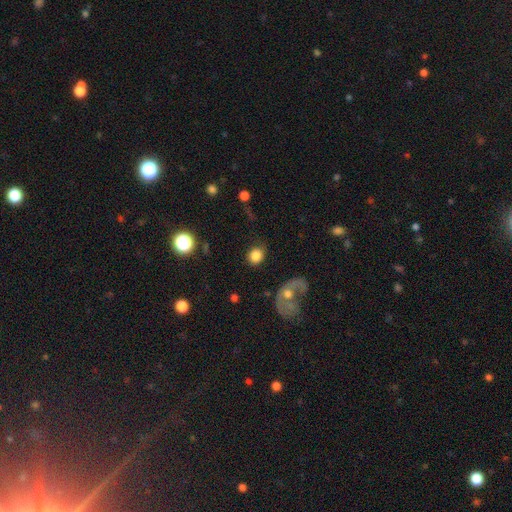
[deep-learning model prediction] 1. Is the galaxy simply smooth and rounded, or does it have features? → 82% smooth, 9% star or artifact, 9% featured or disk.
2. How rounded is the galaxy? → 67% round, 31% in between, 1% cigar-shaped.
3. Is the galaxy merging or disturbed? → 70% none, 15% minor disturbance, 10% major disturbance, 5% merger.